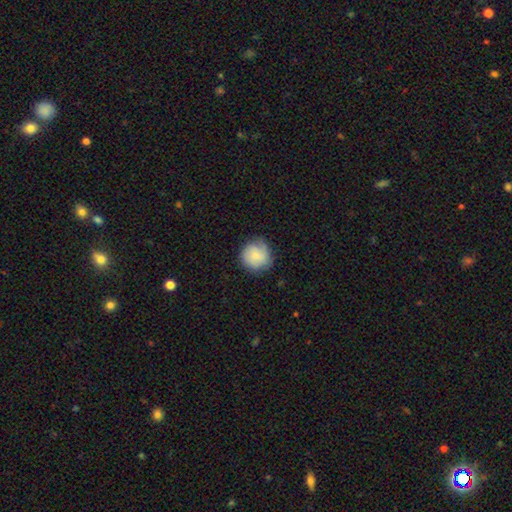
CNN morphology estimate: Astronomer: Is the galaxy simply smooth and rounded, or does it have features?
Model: smooth — 66%.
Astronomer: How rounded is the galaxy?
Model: round — 91%.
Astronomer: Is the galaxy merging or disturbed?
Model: none — 74%.